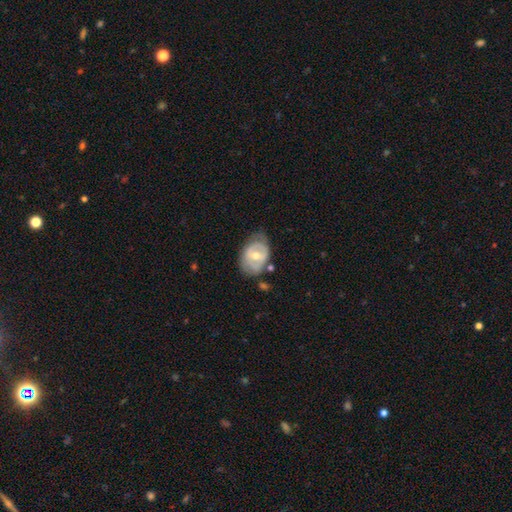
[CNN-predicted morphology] smooth_or_featured: featured or disk (p=0.59) [alt: smooth p=0.35]
disk_edge_on: no (p=0.95) [alt: yes p=0.05]
bar: weak (p=0.45) [alt: no p=0.34]
has_spiral_arms: no (p=0.59) [alt: yes p=0.41]
bulge_size: moderate (p=0.69) [alt: small p=0.24]
merging: none (p=0.52) [alt: minor disturbance p=0.30]